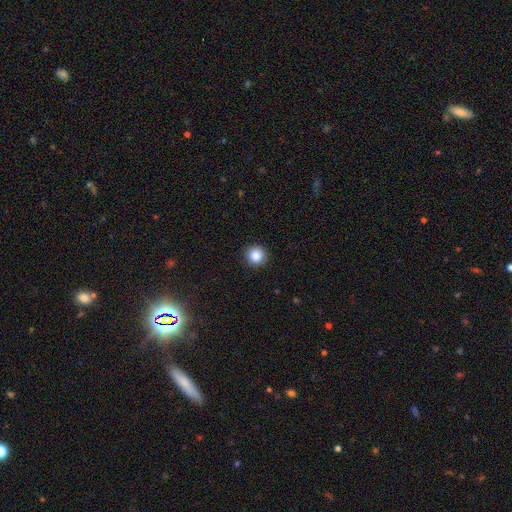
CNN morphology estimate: This appears to be a smooth galaxy with no disk features (86%) that is round (94%). Merging: none (92%).